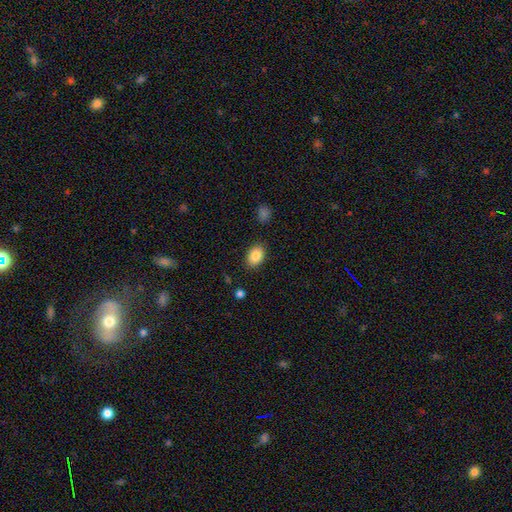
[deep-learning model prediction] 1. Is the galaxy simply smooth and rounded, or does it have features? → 85% smooth, 8% star or artifact, 7% featured or disk.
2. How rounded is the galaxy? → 79% in between, 20% round, 1% cigar-shaped.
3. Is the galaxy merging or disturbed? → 85% none, 10% minor disturbance, 3% major disturbance, 2% merger.